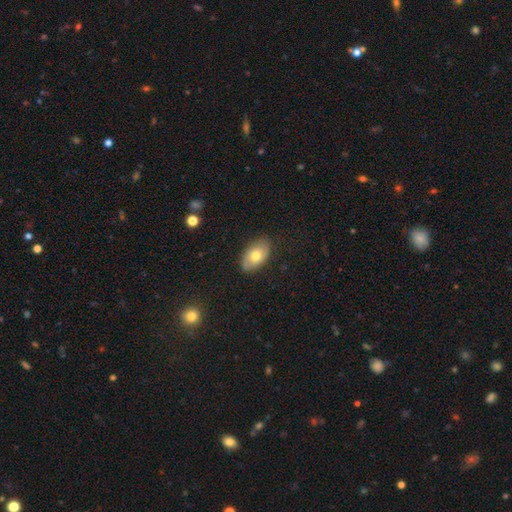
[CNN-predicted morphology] Smooth or featured?
  - smooth: 68% *
  - featured or disk: 25%
  - star or artifact: 7%
How rounded?
  - in between: 92% *
  - round: 6%
  - cigar-shaped: 2%
Merging?
  - none: 82% *
  - minor disturbance: 14%
  - major disturbance: 3%
  - merger: 1%